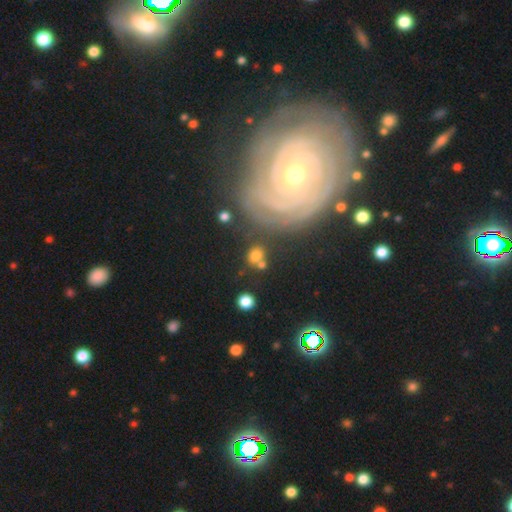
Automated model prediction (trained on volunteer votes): smooth_or_featured: smooth (p=0.69) [alt: featured or disk p=0.17]
how_rounded: round (p=0.78) [alt: in between p=0.21]
merging: none (p=0.67) [alt: merger p=0.13]